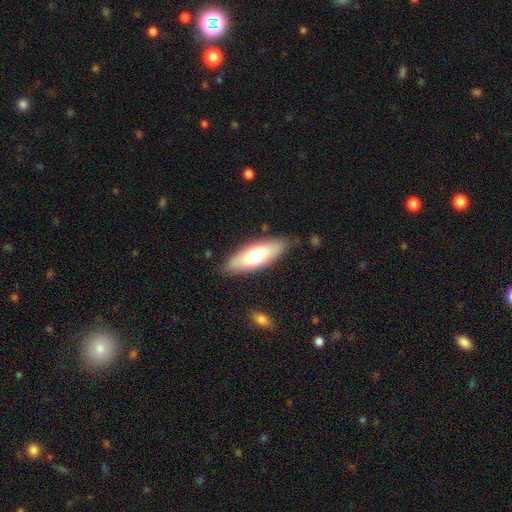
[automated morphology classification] A smooth galaxy with no disk features (69%) that is in between round and cigar-shaped (63%).

Vote fractions:
- Smooth or featured? smooth: 69% / featured or disk: 25% / star or artifact: 6%
- How rounded? in between: 63% / cigar-shaped: 35% / round: 2%
- Merging? none: 84% / minor disturbance: 12% / major disturbance: 2% / merger: 2%